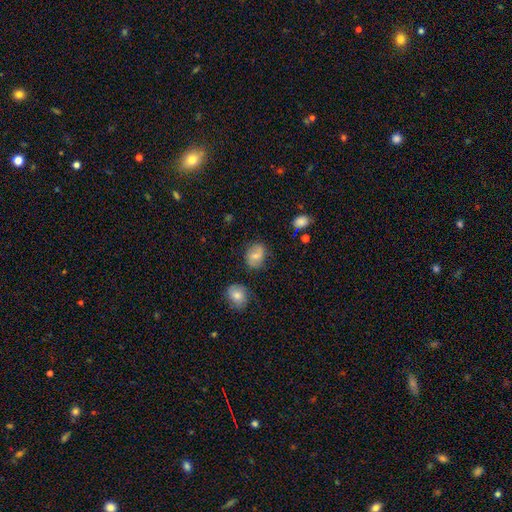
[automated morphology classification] This is likely a smooth galaxy (63%). How rounded: possibly in between (54%). Merging: likely none (73%).